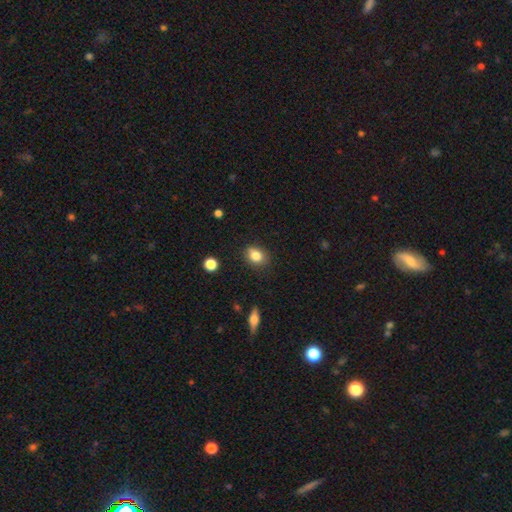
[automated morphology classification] Smooth or featured?
  - smooth: 82% *
  - star or artifact: 10%
  - featured or disk: 8%
How rounded?
  - in between: 58% *
  - round: 40%
  - cigar-shaped: 1%
Merging?
  - none: 79% *
  - minor disturbance: 16%
  - major disturbance: 3%
  - merger: 2%